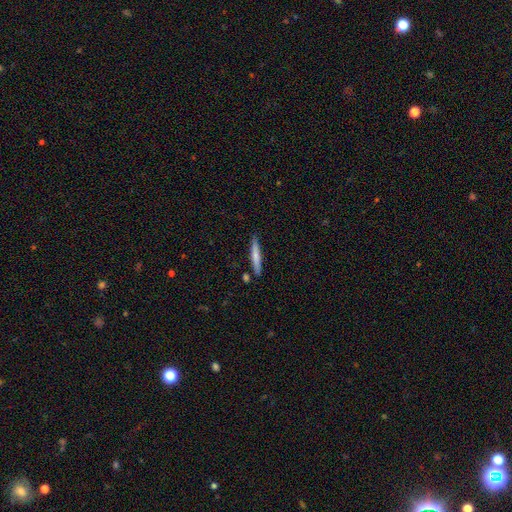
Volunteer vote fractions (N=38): Q: Smooth or featured?
A: smooth (58%); runner-up: featured or disk (39%)
Q: How rounded?
A: cigar-shaped (100%)
Q: Merging?
A: none (78%); runner-up: minor disturbance (19%)